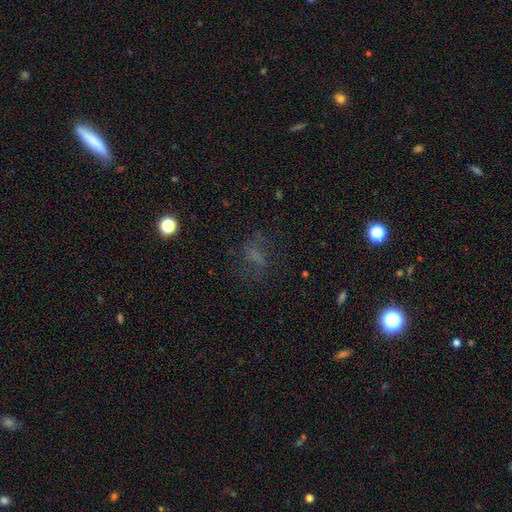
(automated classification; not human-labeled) The model was most divided on "smooth or featured": smooth: 43%, featured or disk: 31%, star or artifact: 26%. More confident: merging — none (62%).